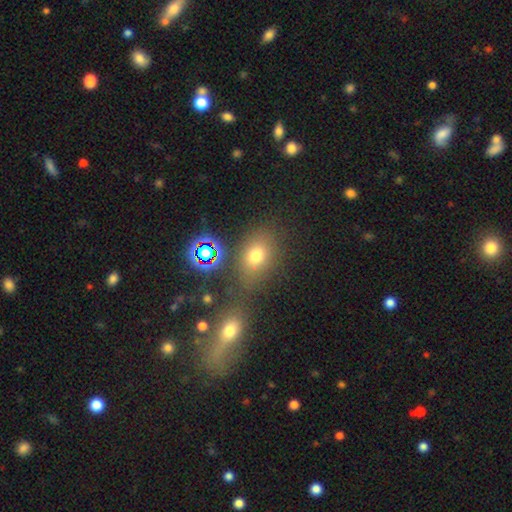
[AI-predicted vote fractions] Morphology: type=smooth (67%); roundness=in between (63%); merging=none (69%).